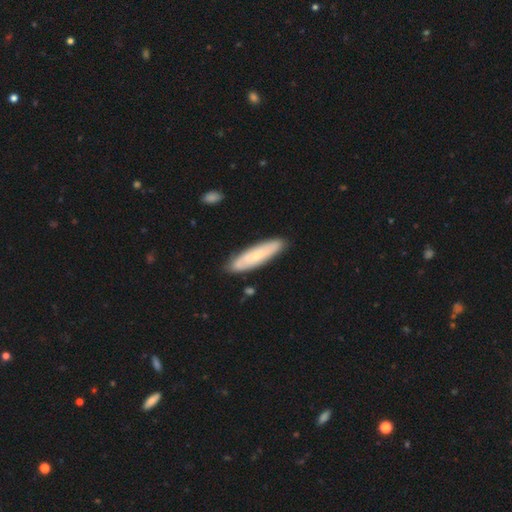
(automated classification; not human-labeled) Smooth or featured? Predicted: smooth (p=0.57). How rounded? Predicted: cigar-shaped (p=0.72). Merging? Predicted: none (p=0.85).